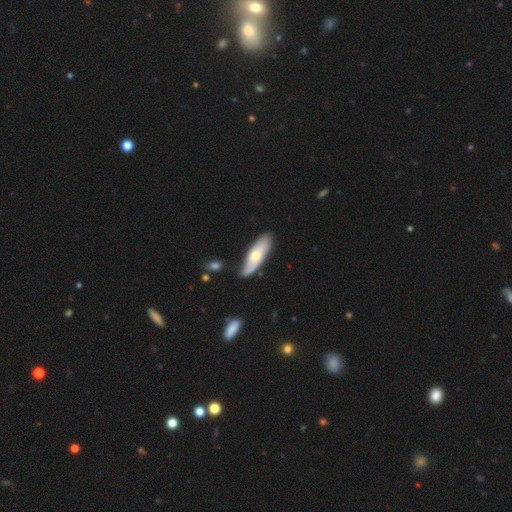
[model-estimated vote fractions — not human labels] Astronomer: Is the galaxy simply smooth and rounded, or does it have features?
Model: smooth — 51% (runner-up: featured or disk, 44%).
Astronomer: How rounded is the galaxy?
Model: in between — 55% (runner-up: cigar-shaped, 43%).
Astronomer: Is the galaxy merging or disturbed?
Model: none — 73%.